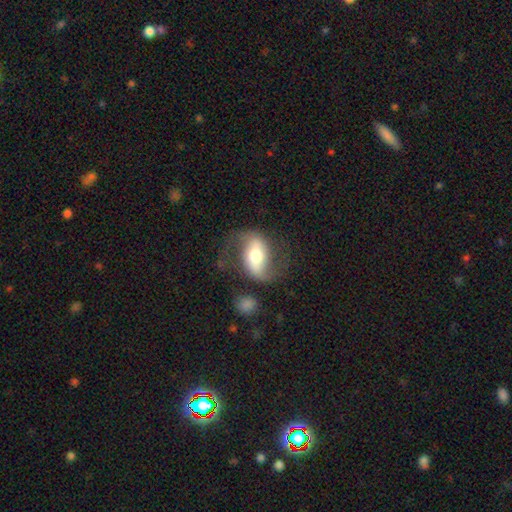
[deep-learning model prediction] A featured or disk galaxy (72%) with a strong bar (44%), 2 (91%) loose (57%) spiral arms (87%) and a moderate central bulge (63%). Merging: none (64%).